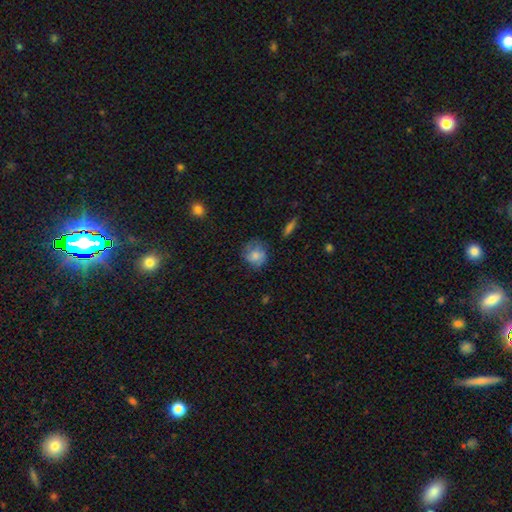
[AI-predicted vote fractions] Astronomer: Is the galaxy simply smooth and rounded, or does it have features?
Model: smooth — 71%.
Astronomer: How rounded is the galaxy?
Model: round — 78%.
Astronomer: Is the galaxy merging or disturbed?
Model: none — 65%.